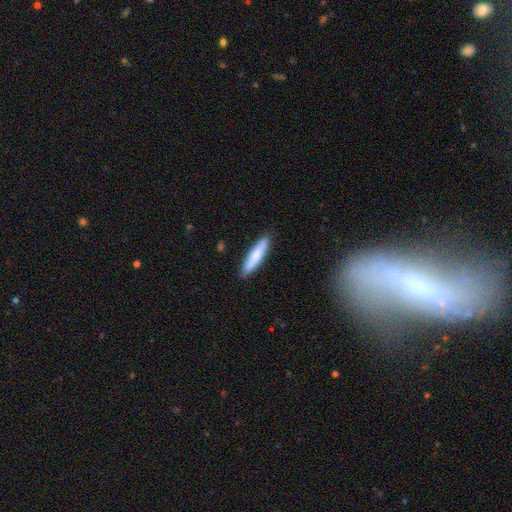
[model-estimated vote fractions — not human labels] The model was most divided on "smooth or featured": smooth: 73%, featured or disk: 21%, star or artifact: 5%. More confident: merging — none (89%); how rounded — cigar-shaped (82%).